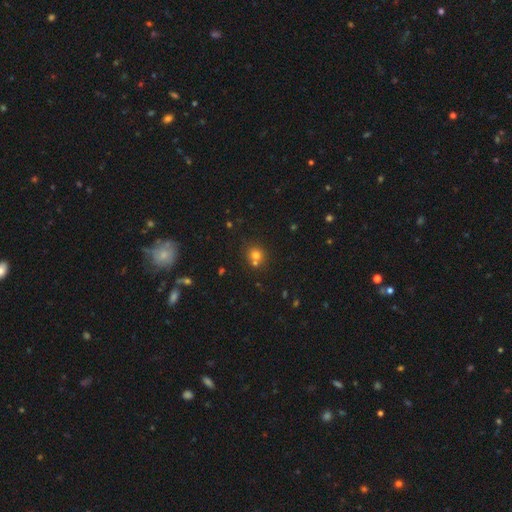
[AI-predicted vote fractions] Smooth or featured? smooth (71%)
How rounded? round (86%)
Merging? none (60%)